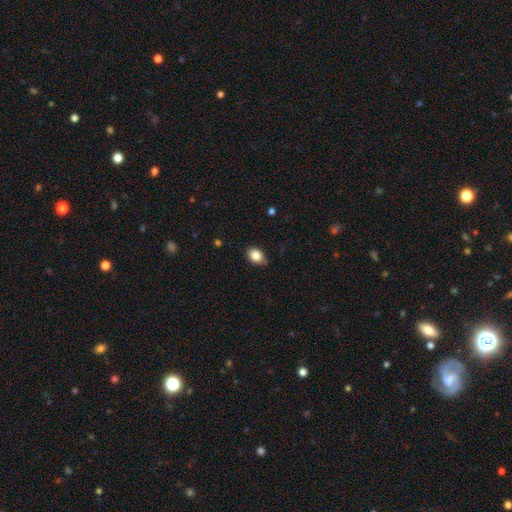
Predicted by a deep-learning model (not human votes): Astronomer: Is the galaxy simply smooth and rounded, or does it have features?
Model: smooth — 84%.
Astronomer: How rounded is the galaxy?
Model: in between — 77%.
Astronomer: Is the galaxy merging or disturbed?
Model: none — 77%.